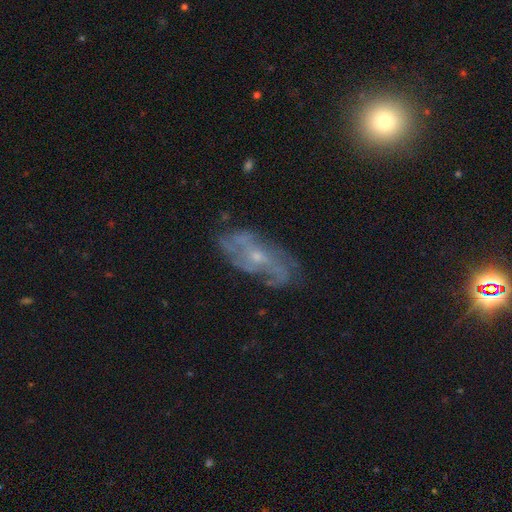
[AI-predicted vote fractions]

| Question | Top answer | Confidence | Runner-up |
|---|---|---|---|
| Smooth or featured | featured or disk | 77% | smooth (14%) |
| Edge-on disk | no | 91% | yes (9%) |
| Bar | no | 67% | weak (27%) |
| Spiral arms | yes | 84% | no (16%) |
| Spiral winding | medium | 41% | tight (34%) |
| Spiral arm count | can't tell | 40% | 2 (25%) |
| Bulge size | small | 66% | moderate (29%) |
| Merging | none | 68% | minor disturbance (20%) |